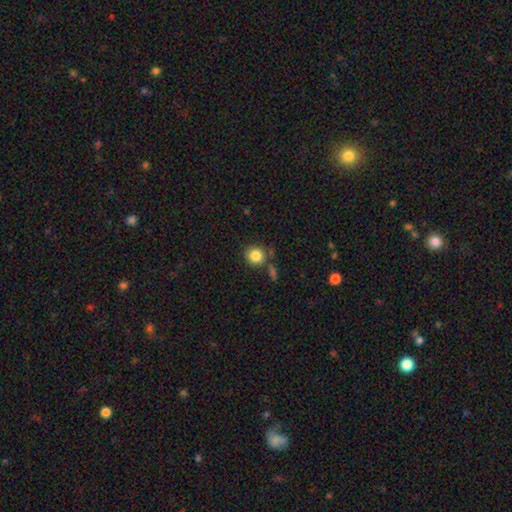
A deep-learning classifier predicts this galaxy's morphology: The model was most divided on "merging": none: 73%, minor disturbance: 12%, merger: 12%, major disturbance: 4%. More confident: how rounded — round (89%); smooth or featured — smooth (85%).